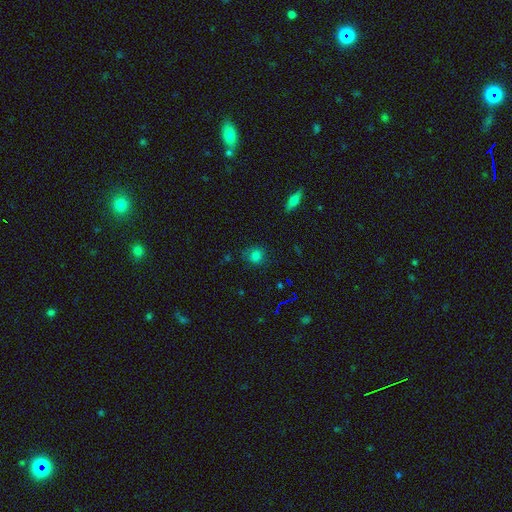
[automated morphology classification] smooth-or-featured: smooth: 74% | star or artifact: 20% | featured or disk: 6%
  how-rounded: round: 80% | in between: 18% | cigar-shaped: 1%
  merging: none: 74% | minor disturbance: 18% | major disturbance: 6% | merger: 2%